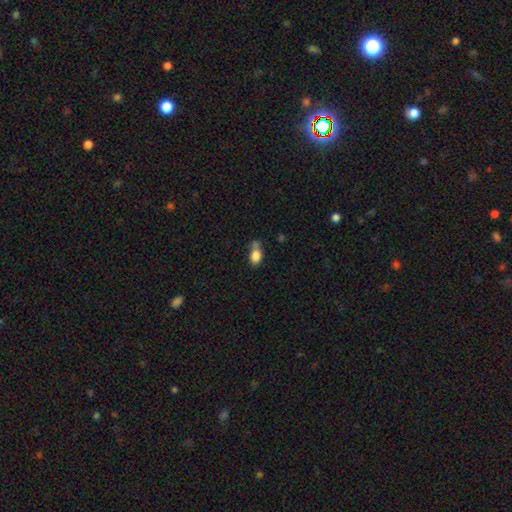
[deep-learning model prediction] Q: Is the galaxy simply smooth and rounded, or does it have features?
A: smooth — 82%.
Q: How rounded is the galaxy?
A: in between — 78%.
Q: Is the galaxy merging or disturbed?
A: none — 39%.